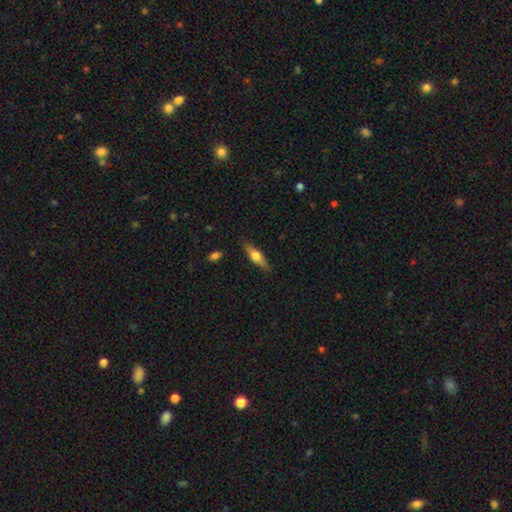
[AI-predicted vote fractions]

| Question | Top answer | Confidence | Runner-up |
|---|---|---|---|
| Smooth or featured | featured or disk | 48% | smooth (46%) |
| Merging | none | 87% | minor disturbance (10%) |